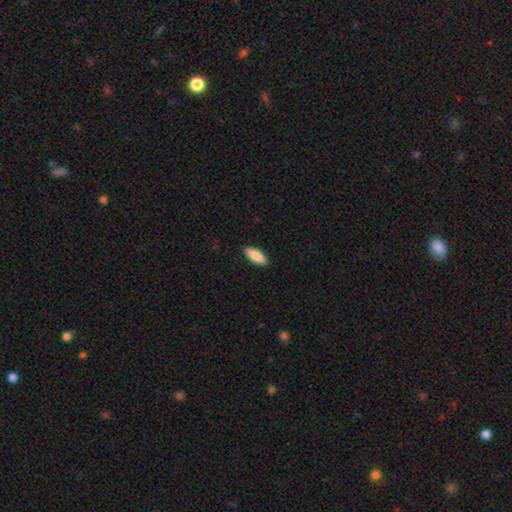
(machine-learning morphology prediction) smooth_or_featured: smooth (p=0.89) [alt: featured or disk p=0.06]
how_rounded: in between (p=0.82) [alt: cigar-shaped p=0.17]
merging: none (p=0.90) [alt: minor disturbance p=0.08]